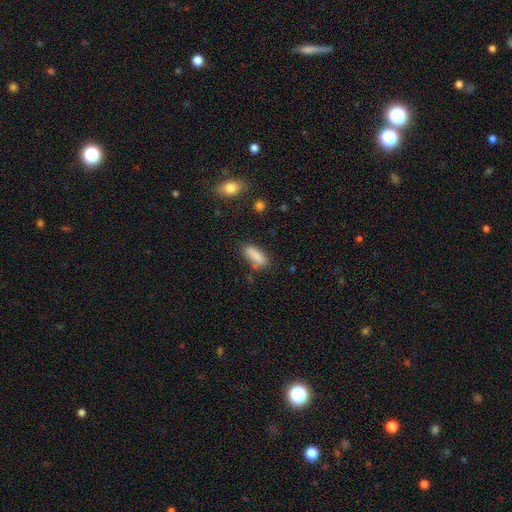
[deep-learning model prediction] Q: Smooth or featured?
A: smooth (85%); runner-up: star or artifact (8%)
Q: How rounded?
A: in between (71%); runner-up: cigar-shaped (26%)
Q: Merging?
A: none (67%); runner-up: minor disturbance (21%)